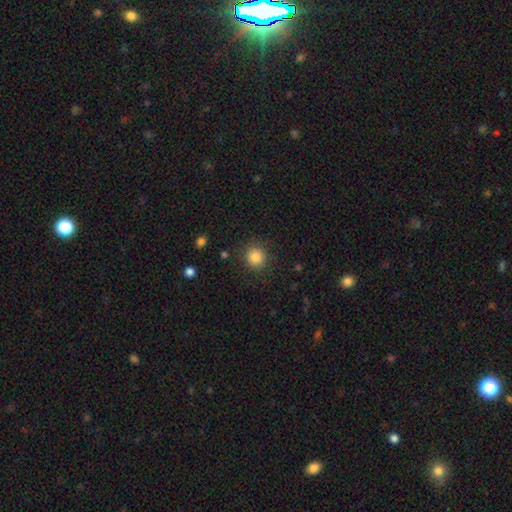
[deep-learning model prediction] Smooth or featured? smooth (85%)
How rounded? round (90%)
Merging? none (89%)